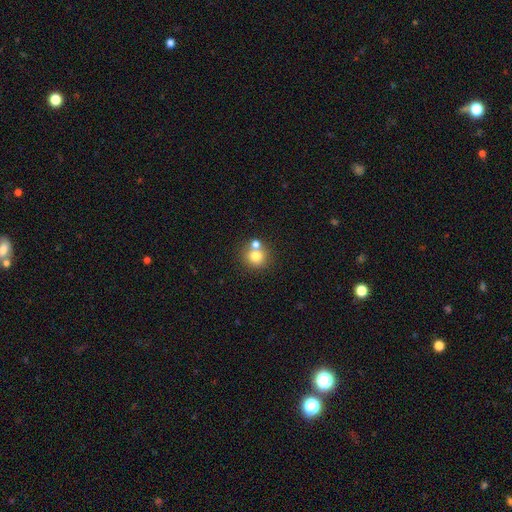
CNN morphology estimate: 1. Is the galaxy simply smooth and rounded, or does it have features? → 74% smooth, 13% featured or disk, 13% star or artifact.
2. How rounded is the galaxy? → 87% round, 12% in between, 1% cigar-shaped.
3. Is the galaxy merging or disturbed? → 58% none, 31% merger, 8% minor disturbance, 3% major disturbance.